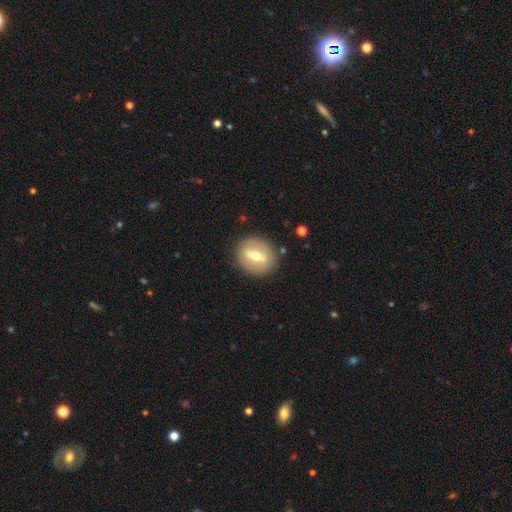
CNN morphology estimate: This is possibly a featured or disk galaxy (54%). It is likely not viewed edge-on (73%). Merging: clearly none (86%).